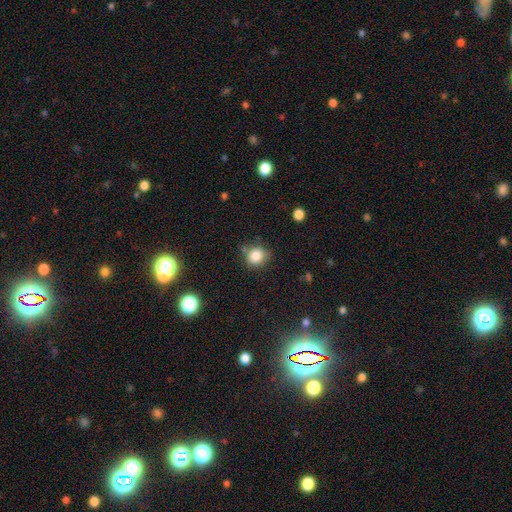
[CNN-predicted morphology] smooth_or_featured: smooth (p=0.84) [alt: star or artifact p=0.11]
how_rounded: round (p=0.83) [alt: in between p=0.16]
merging: none (p=0.73) [alt: minor disturbance p=0.18]